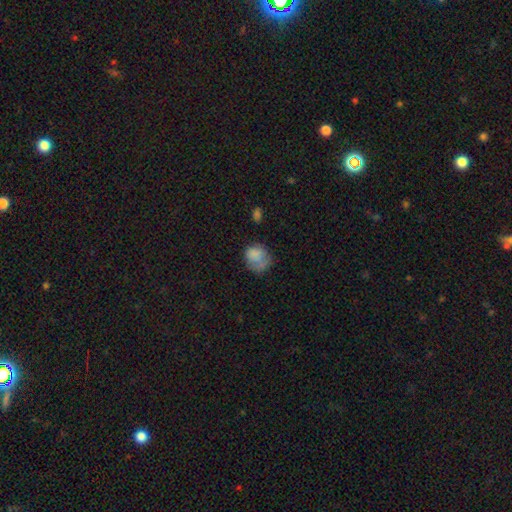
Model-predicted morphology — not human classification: type=smooth (75%); roundness=round (68%); merging=none (44%).